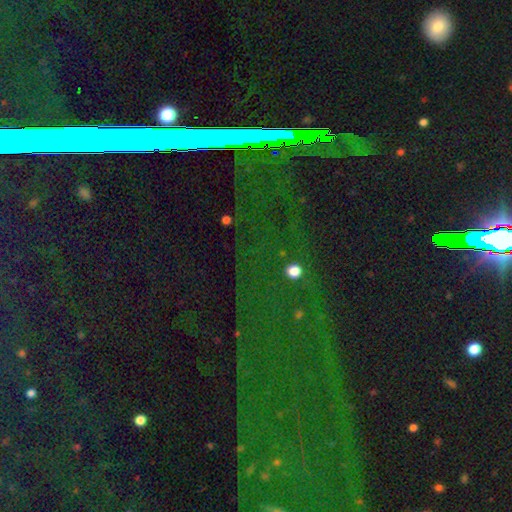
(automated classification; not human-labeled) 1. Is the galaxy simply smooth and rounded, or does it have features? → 82% star or artifact, 9% featured or disk, 8% smooth.